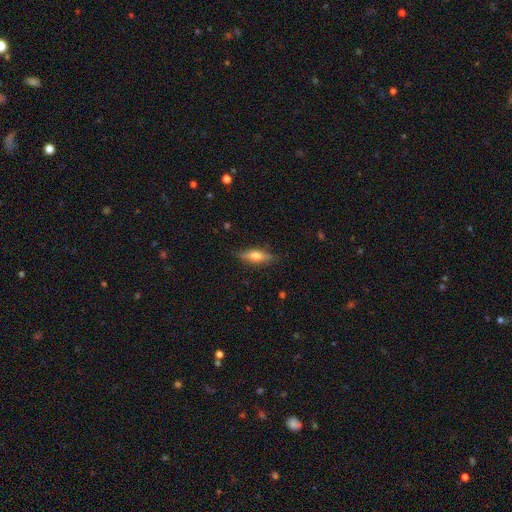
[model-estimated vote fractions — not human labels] Morphology: type=smooth (55%); roundness=cigar-shaped (52%); merging=none (83%).